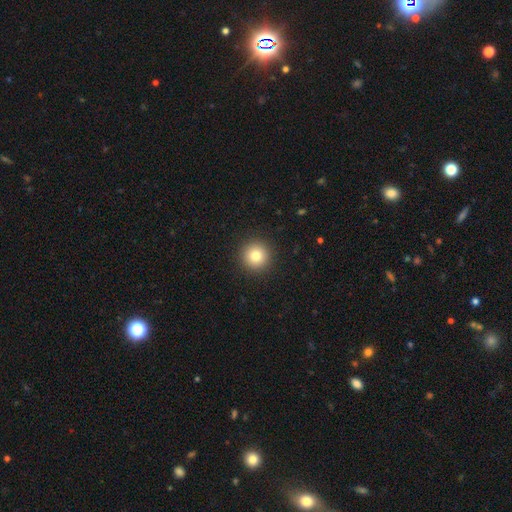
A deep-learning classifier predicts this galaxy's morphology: smooth 80%, star or artifact 12%, featured or disk 8%. Down the decision tree: how rounded — round (96%); merging — none (93%).